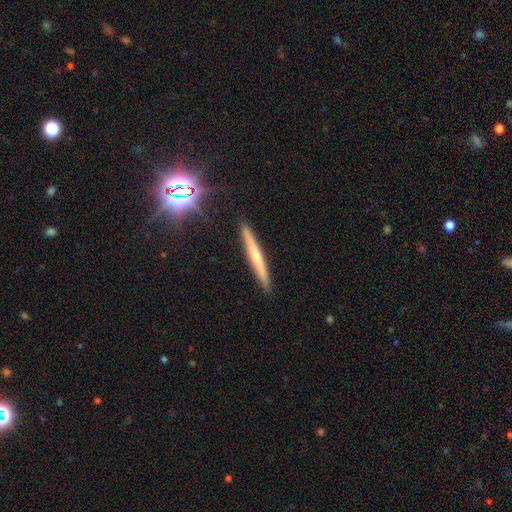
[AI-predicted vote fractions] Smooth or featured?
  - featured or disk: 53% *
  - smooth: 36%
  - star or artifact: 11%
Edge-on disk?
  - yes: 96% *
  - no: 4%
Edge-on bulge?
  - rounded: 58% *
  - none: 38%
  - boxy: 4%
Merging?
  - none: 91% *
  - minor disturbance: 6%
  - major disturbance: 1%
  - merger: 1%